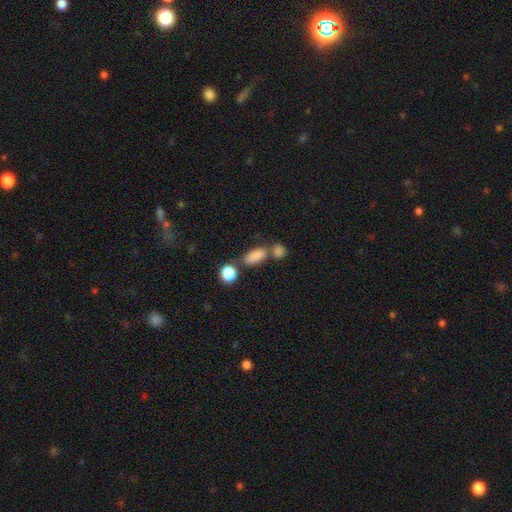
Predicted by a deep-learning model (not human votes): Smooth or featured?
  - smooth: 84% *
  - star or artifact: 10%
  - featured or disk: 6%
How rounded?
  - in between: 82% *
  - cigar-shaped: 10%
  - round: 8%
Merging?
  - none: 50% *
  - merger: 31%
  - minor disturbance: 14%
  - major disturbance: 6%